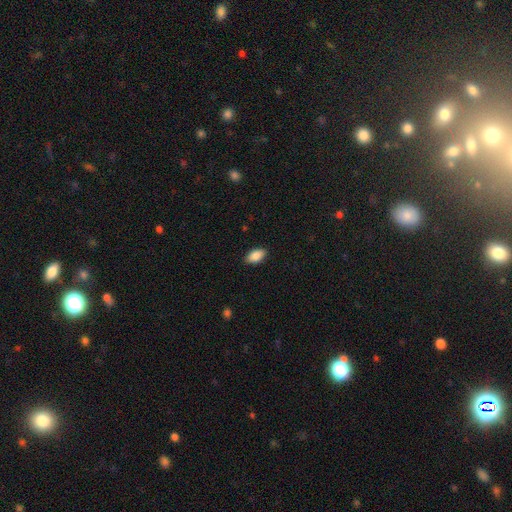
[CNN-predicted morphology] Q: Smooth or featured?
A: smooth (88%); runner-up: star or artifact (7%)
Q: How rounded?
A: in between (93%); runner-up: round (4%)
Q: Merging?
A: none (89%); runner-up: minor disturbance (9%)